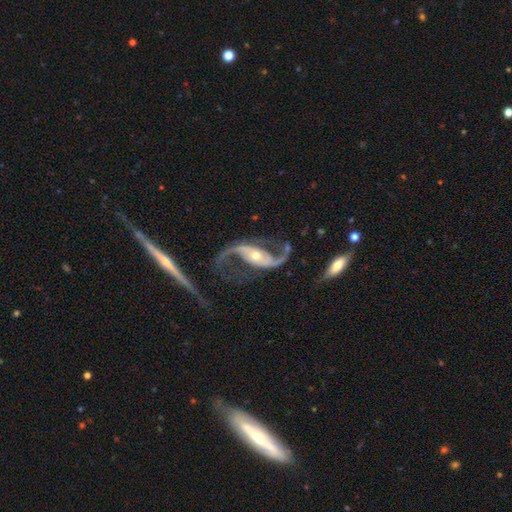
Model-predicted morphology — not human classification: Smooth or featured? featured or disk (93%)
Edge-on disk? no (96%)
Bar? no (45%)
Spiral arms? yes (97%)
Spiral winding? loose (75%)
Spiral arm count? 2 (94%)
Bulge size? moderate (55%)
Merging? none (65%)